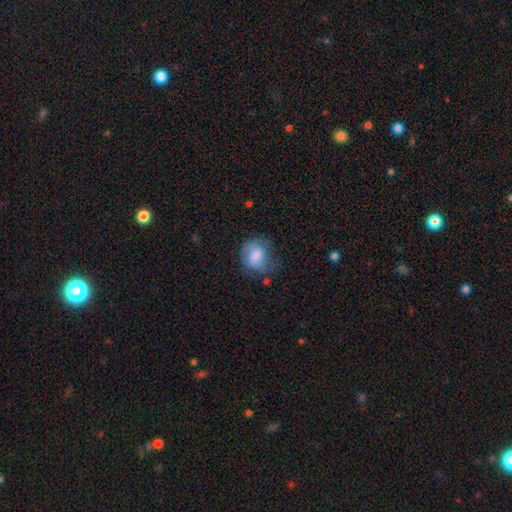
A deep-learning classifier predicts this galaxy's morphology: type=smooth (61%); roundness=round (58%); merging=none (46%).